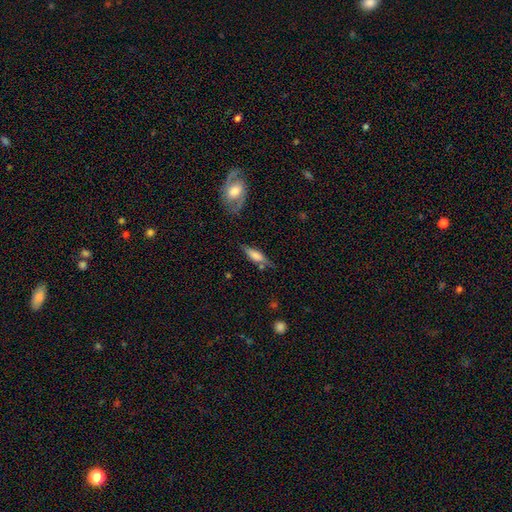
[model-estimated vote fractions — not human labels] Smooth or featured? smooth (60%)
How rounded? cigar-shaped (55%)
Merging? none (64%)